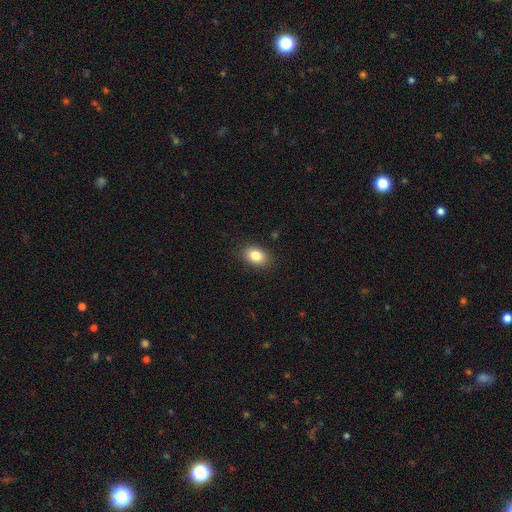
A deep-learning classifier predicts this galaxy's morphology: A smooth galaxy with no disk features (84%) that is in between round and cigar-shaped (80%).

Vote fractions:
- Smooth or featured? smooth: 84% / star or artifact: 9% / featured or disk: 7%
- How rounded? in between: 80% / round: 19% / cigar-shaped: 1%
- Merging? none: 87% / minor disturbance: 9% / major disturbance: 2% / merger: 1%